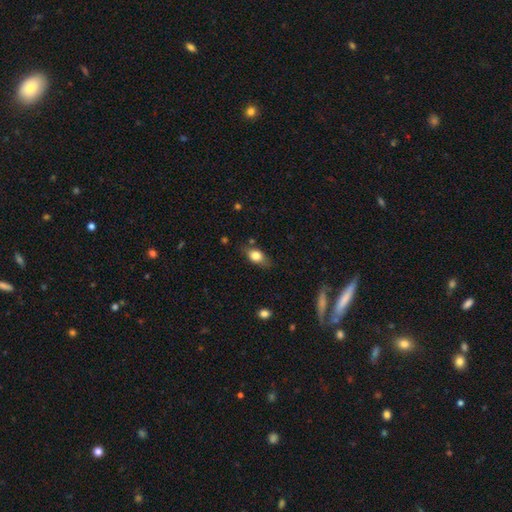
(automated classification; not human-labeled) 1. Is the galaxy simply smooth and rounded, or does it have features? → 76% smooth, 16% featured or disk, 8% star or artifact.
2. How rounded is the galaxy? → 80% in between, 12% round, 8% cigar-shaped.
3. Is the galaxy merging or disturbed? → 74% none, 19% minor disturbance, 5% major disturbance, 2% merger.